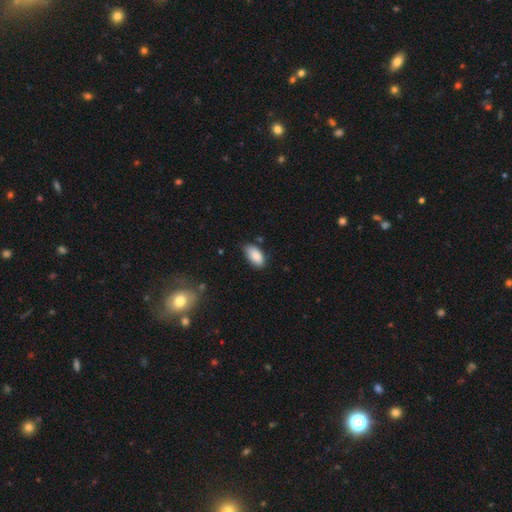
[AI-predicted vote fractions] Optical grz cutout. It shows a smooth galaxy with no disk features (88%) that is in between round and cigar-shaped (94%). Merging: none (70%).